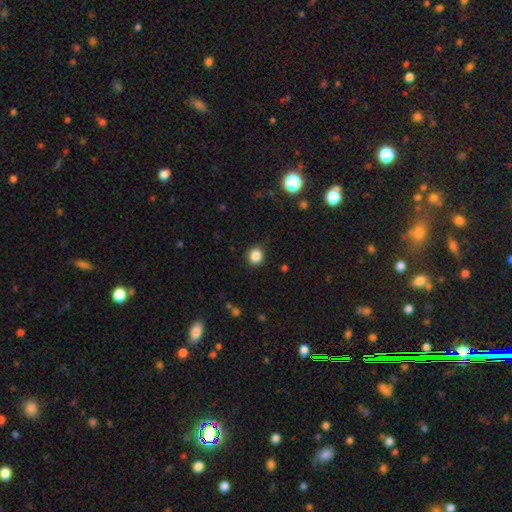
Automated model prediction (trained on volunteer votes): Q: Smooth or featured?
A: smooth (86%); runner-up: star or artifact (11%)
Q: How rounded?
A: round (72%); runner-up: in between (27%)
Q: Merging?
A: none (88%); runner-up: minor disturbance (9%)